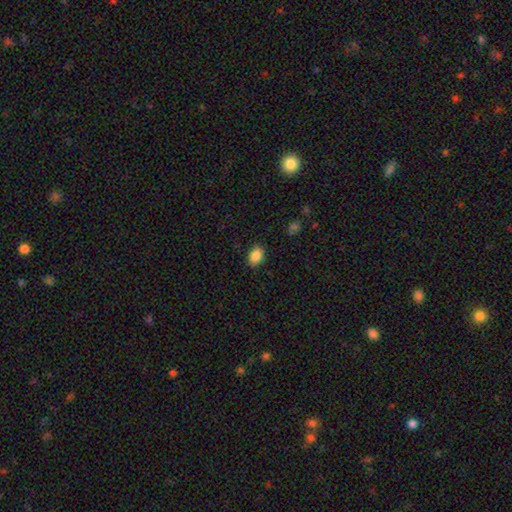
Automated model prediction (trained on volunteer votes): Smooth or featured?
  - smooth: 86% *
  - star or artifact: 9%
  - featured or disk: 5%
How rounded?
  - in between: 73% *
  - round: 26%
  - cigar-shaped: 1%
Merging?
  - none: 86% *
  - minor disturbance: 11%
  - major disturbance: 2%
  - merger: 1%